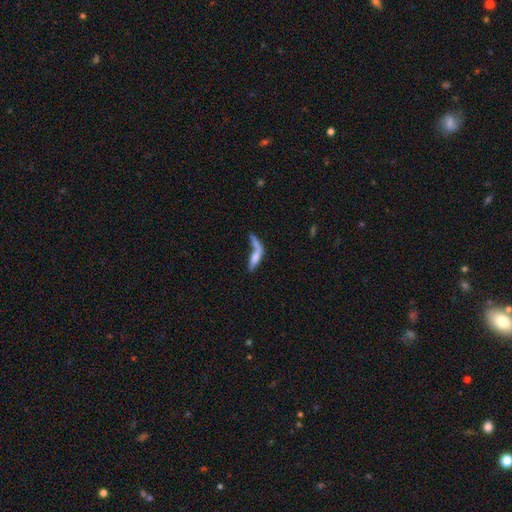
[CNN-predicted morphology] The model was most divided on "merging": merger: 48%, none: 25%, major disturbance: 15%, minor disturbance: 12%. More confident: how rounded — cigar-shaped (61%); smooth or featured — smooth (61%).